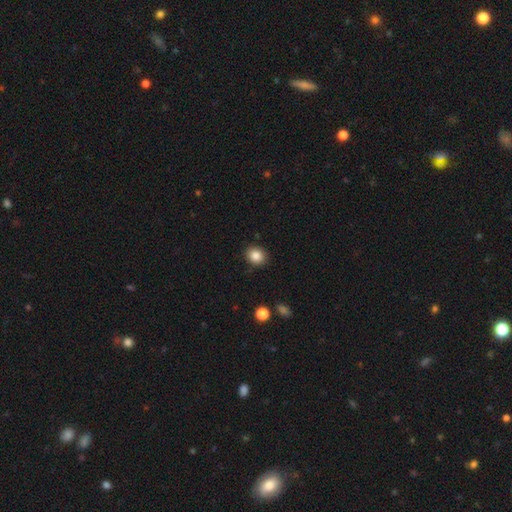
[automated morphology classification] type=smooth (85%); roundness=round (68%); merging=none (89%).